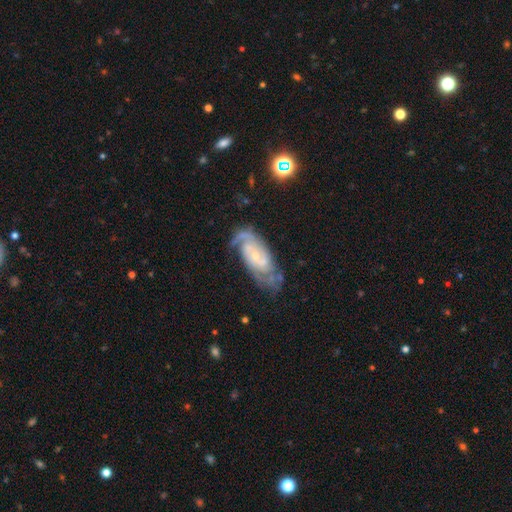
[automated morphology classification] Q: Smooth or featured?
A: featured or disk (85%); runner-up: smooth (9%)
Q: Edge-on disk?
A: no (94%); runner-up: yes (6%)
Q: Bar?
A: no (64%); runner-up: weak (29%)
Q: Spiral arms?
A: yes (96%); runner-up: no (4%)
Q: Spiral winding?
A: tight (51%); runner-up: medium (38%)
Q: Spiral arm count?
A: 2 (55%); runner-up: can't tell (22%)
Q: Bulge size?
A: small (72%); runner-up: moderate (22%)
Q: Merging?
A: none (64%); runner-up: minor disturbance (21%)